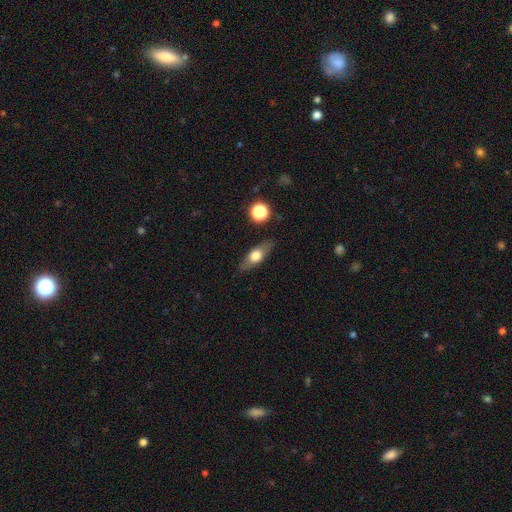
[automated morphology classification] Q: Smooth or featured?
A: smooth (56%); runner-up: featured or disk (36%)
Q: How rounded?
A: in between (58%); runner-up: cigar-shaped (33%)
Q: Merging?
A: none (84%); runner-up: minor disturbance (11%)